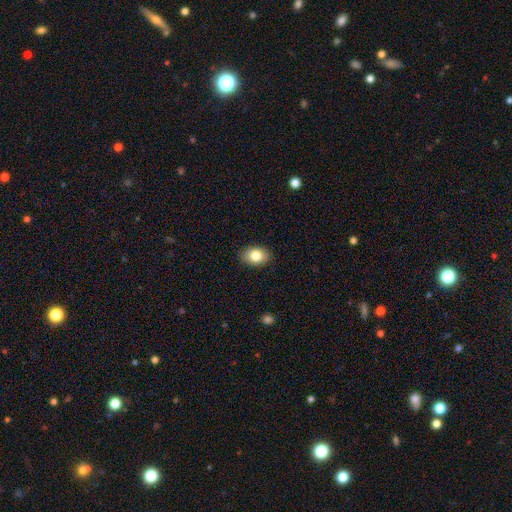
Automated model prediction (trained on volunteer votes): Smooth or featured? Predicted: smooth (p=0.82). How rounded? Predicted: in between (p=0.79). Merging? Predicted: none (p=0.88).